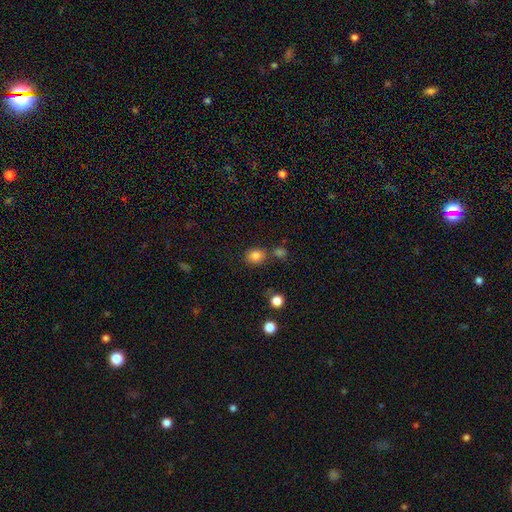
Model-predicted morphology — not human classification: Smooth or featured? Predicted: smooth (p=0.83). How rounded? Predicted: round (p=0.68). Merging? Predicted: none (p=0.69).